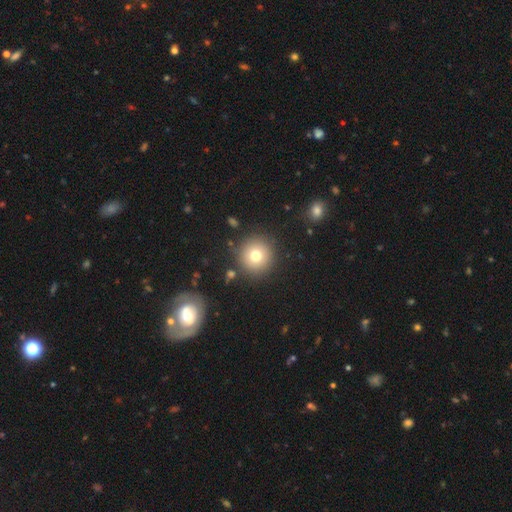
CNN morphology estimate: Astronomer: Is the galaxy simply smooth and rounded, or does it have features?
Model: smooth — 74%.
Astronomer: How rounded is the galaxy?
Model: round — 95%.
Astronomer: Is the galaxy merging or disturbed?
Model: none — 87%.